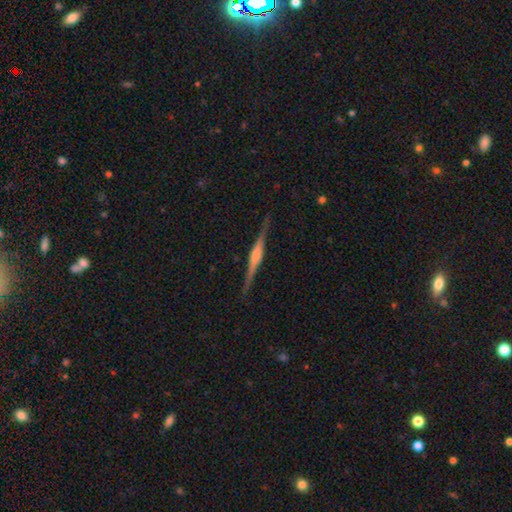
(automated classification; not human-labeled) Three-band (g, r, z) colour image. It shows a featured or disk galaxy (80%) viewed edge-on (98%) with a rounded central bulge (59%). Merging: none (89%).